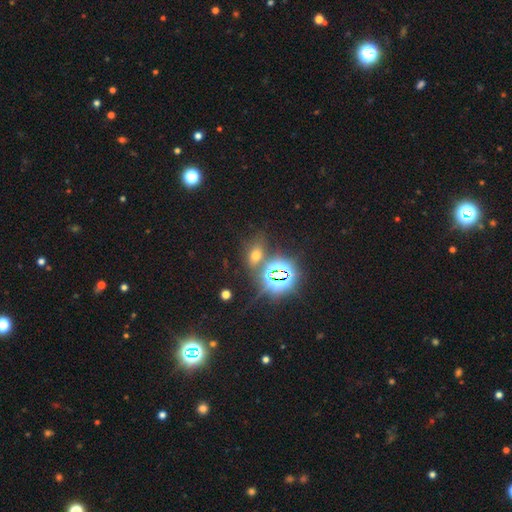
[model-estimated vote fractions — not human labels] smooth_or_featured: star or artifact (p=0.47) [alt: smooth p=0.42]